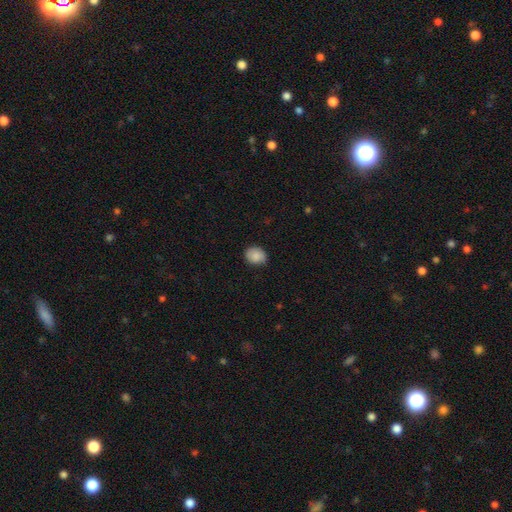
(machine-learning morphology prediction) Smooth or featured? smooth (87%)
How rounded? round (50%)
Merging? none (80%)